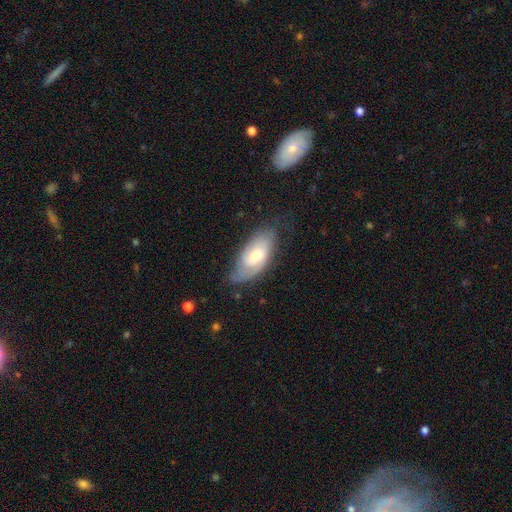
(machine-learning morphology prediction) Smooth or featured? Predicted: featured or disk (p=0.62). Edge-on disk? Predicted: no (p=0.91). Bar? Predicted: no (p=0.50). Spiral arms? Predicted: yes (p=0.88). Bulge size? Predicted: moderate (p=0.56). Merging? Predicted: none (p=0.61).